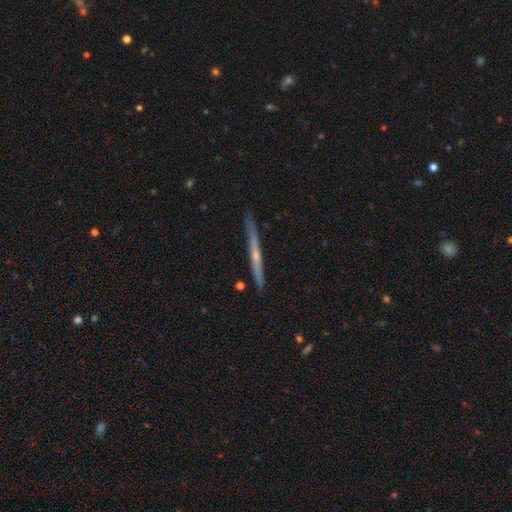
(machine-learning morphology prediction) Q: Smooth or featured?
A: featured or disk (69%); runner-up: smooth (25%)
Q: Edge-on disk?
A: yes (97%); runner-up: no (3%)
Q: Edge-on bulge?
A: rounded (56%); runner-up: none (40%)
Q: Merging?
A: none (87%); runner-up: minor disturbance (10%)